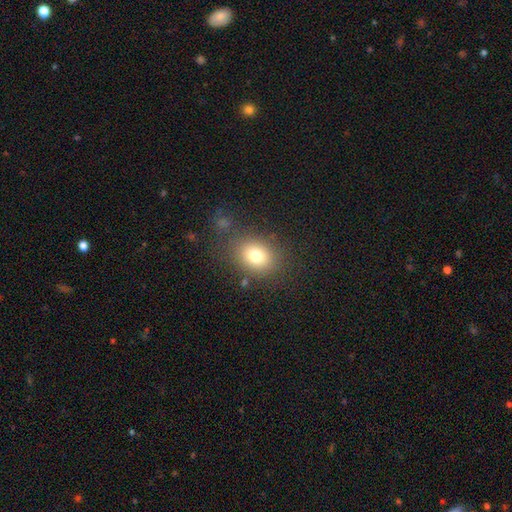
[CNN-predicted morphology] Smooth or featured? Predicted: smooth (p=0.78). How rounded? Predicted: in between (p=0.56). Merging? Predicted: none (p=0.77).